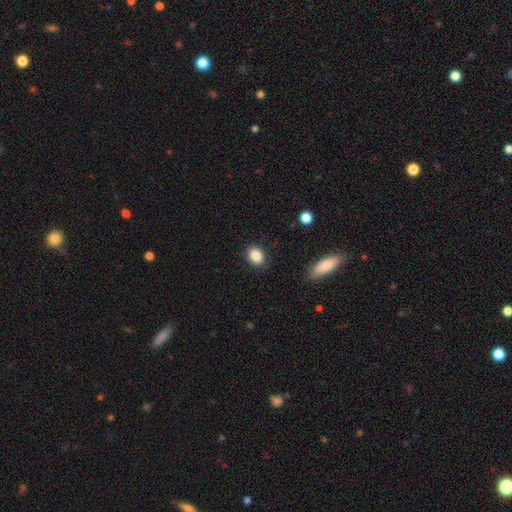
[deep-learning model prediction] A smooth galaxy with no disk features (86%) that is in between round and cigar-shaped (66%). Merging: none (87%).